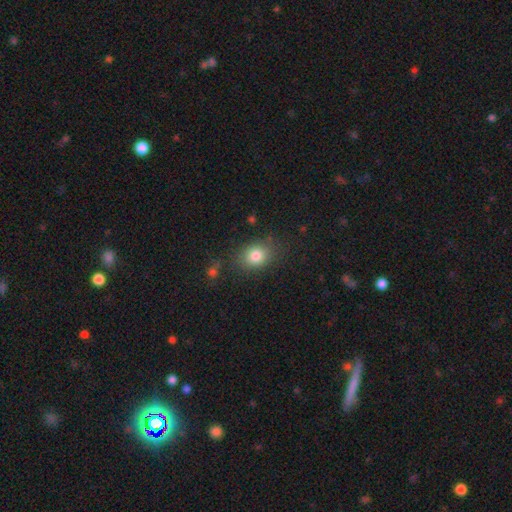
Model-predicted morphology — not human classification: Smooth or featured: smooth — 81% (star or artifact — 10%)
How rounded: in between — 55% (round — 44%)
Merging: none — 78% (minor disturbance — 14%)